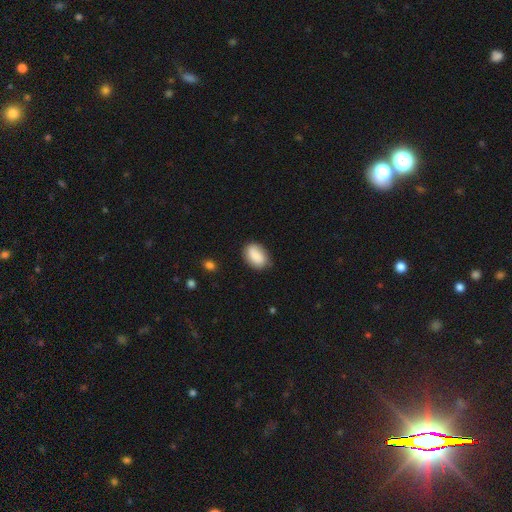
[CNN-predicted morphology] Smooth or featured: smooth — 85% (featured or disk — 8%)
How rounded: in between — 86% (round — 12%)
Merging: none — 76% (minor disturbance — 18%)